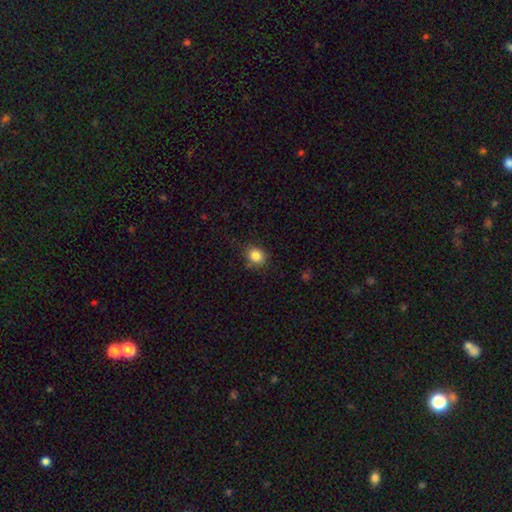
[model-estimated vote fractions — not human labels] Smooth or featured? smooth (85%)
How rounded? round (61%)
Merging? none (82%)